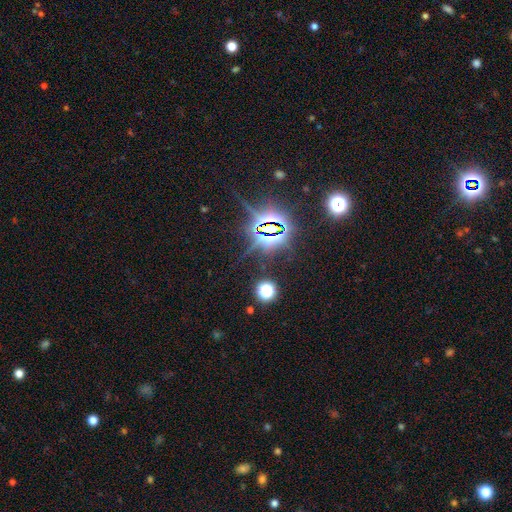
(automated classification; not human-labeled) Smooth or featured?
  - star or artifact: 82% *
  - smooth: 11%
  - featured or disk: 7%